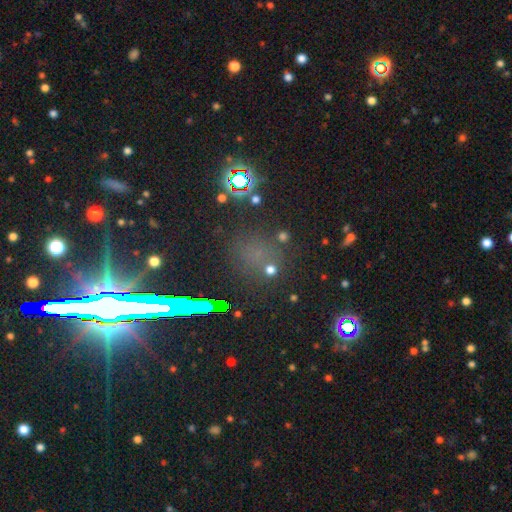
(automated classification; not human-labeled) A star or artifact, not a galaxy (59%).

Vote fractions:
- Smooth or featured? star or artifact: 59% / smooth: 31% / featured or disk: 10%